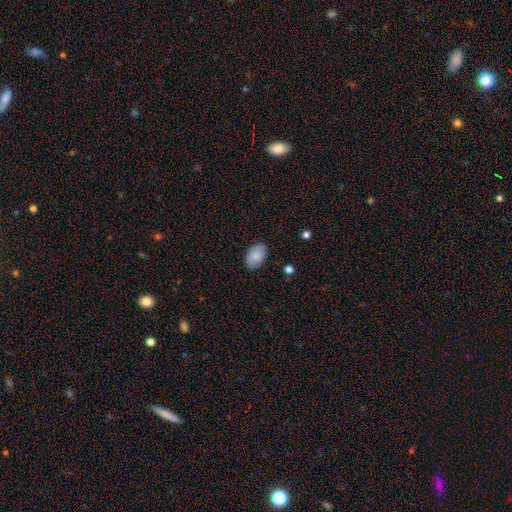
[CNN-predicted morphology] smooth_or_featured: smooth (p=0.86) [alt: featured or disk p=0.08]
how_rounded: in between (p=0.89) [alt: round p=0.10]
merging: none (p=0.86) [alt: minor disturbance p=0.11]